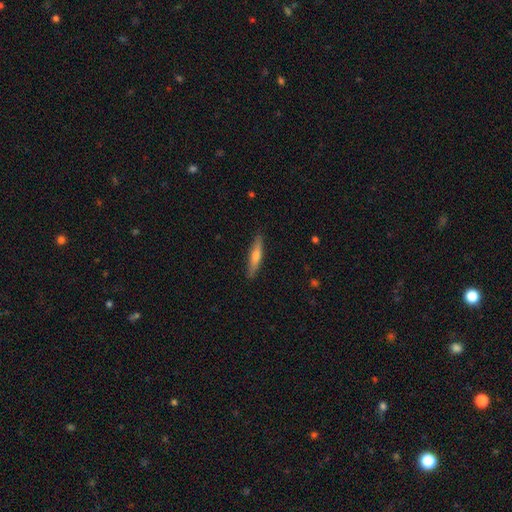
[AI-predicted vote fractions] Overall: featured or disk (49%; smooth 45%). Merging: none (90%).